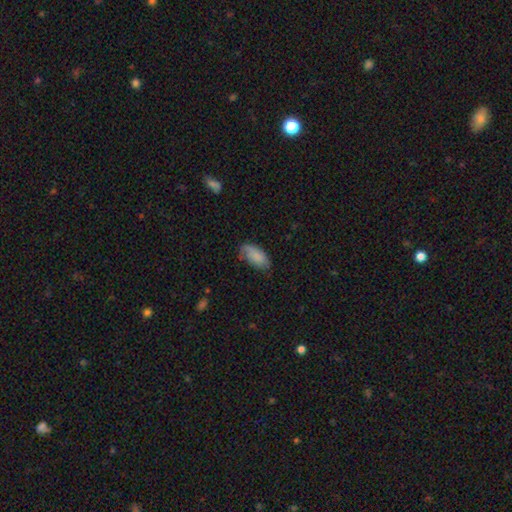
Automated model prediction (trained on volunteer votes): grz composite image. It shows a smooth galaxy with no disk features (80%) that is in between round and cigar-shaped (93%). Merging: none (62%).